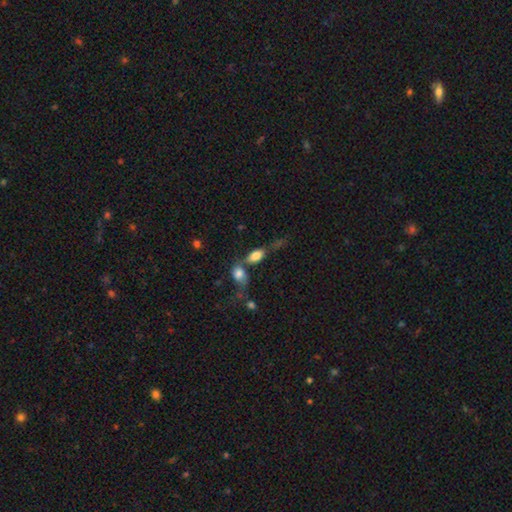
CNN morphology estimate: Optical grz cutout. It shows a smooth galaxy with no disk features (79%) that is in between round and cigar-shaped (88%). Merging: none (39%, tied with merger).